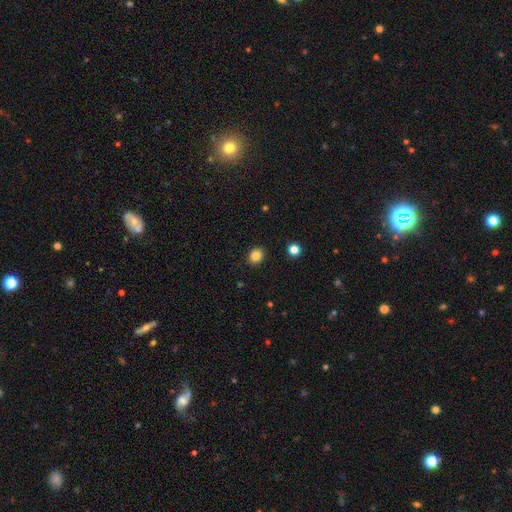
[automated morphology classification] Smooth or featured? Predicted: smooth (p=0.84). How rounded? Predicted: round (p=0.64). Merging? Predicted: none (p=0.90).